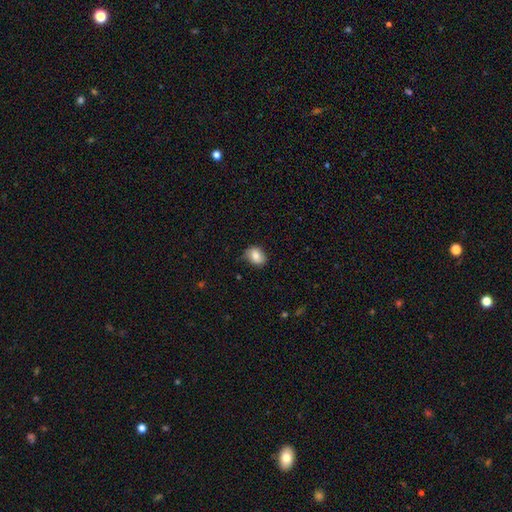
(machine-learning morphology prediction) Q: Smooth or featured?
A: smooth (82%); runner-up: featured or disk (10%)
Q: How rounded?
A: in between (63%); runner-up: round (36%)
Q: Merging?
A: none (72%); runner-up: minor disturbance (23%)